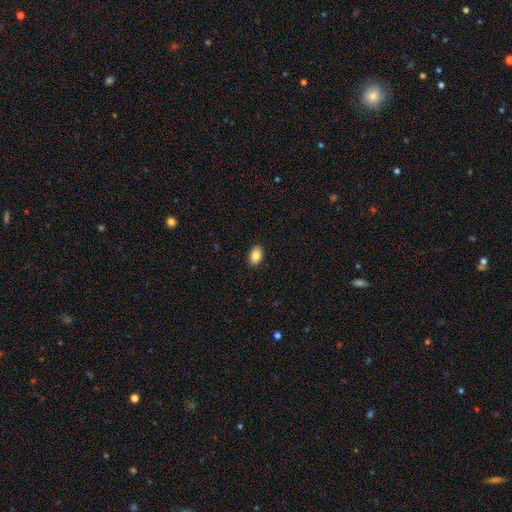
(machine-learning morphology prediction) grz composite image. It shows a smooth galaxy with no disk features (85%) that is in between round and cigar-shaped (87%). Merging: none (90%).